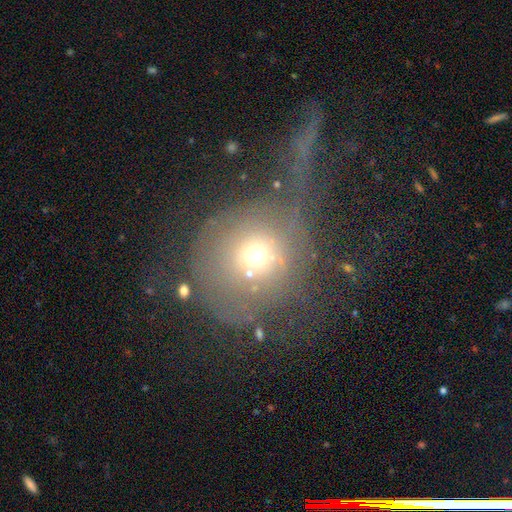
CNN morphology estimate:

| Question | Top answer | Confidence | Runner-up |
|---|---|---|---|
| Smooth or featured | smooth | 52% | featured or disk (32%) |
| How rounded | round | 87% | in between (12%) |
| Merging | major disturbance | 49% | none (27%) |